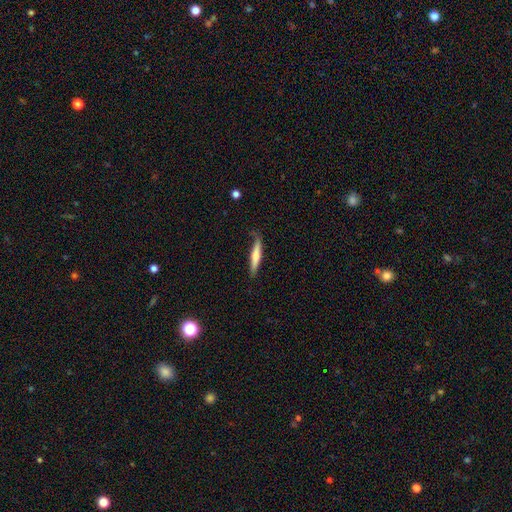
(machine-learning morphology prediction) Smooth or featured? smooth (65%)
How rounded? cigar-shaped (90%)
Merging? none (70%)